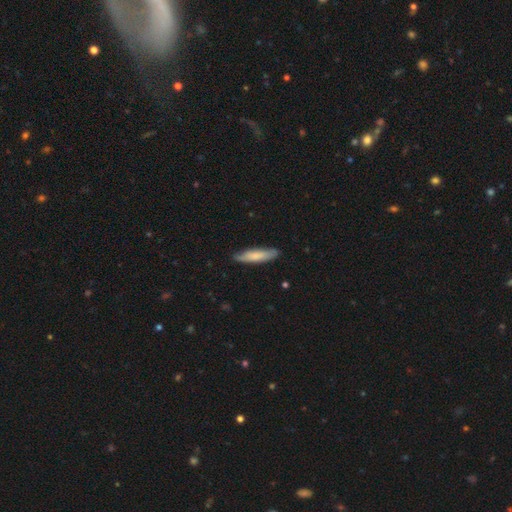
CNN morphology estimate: This appears to be a smooth galaxy with no disk features (74%) that is cigar-shaped (80%). Merging: none (84%).